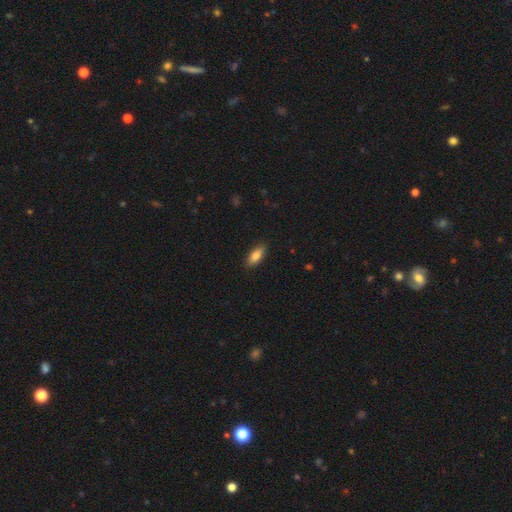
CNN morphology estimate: Smooth or featured?
  - smooth: 82% *
  - featured or disk: 11%
  - star or artifact: 7%
How rounded?
  - in between: 77% *
  - cigar-shaped: 20%
  - round: 2%
Merging?
  - none: 88% *
  - minor disturbance: 9%
  - major disturbance: 2%
  - merger: 1%